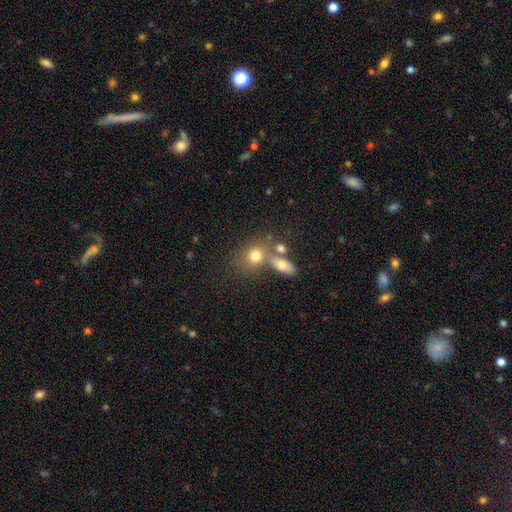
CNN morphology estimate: Smooth or featured: smooth — 74% (featured or disk — 15%)
How rounded: round — 56% (in between — 41%)
Merging: none — 48% (merger — 35%)